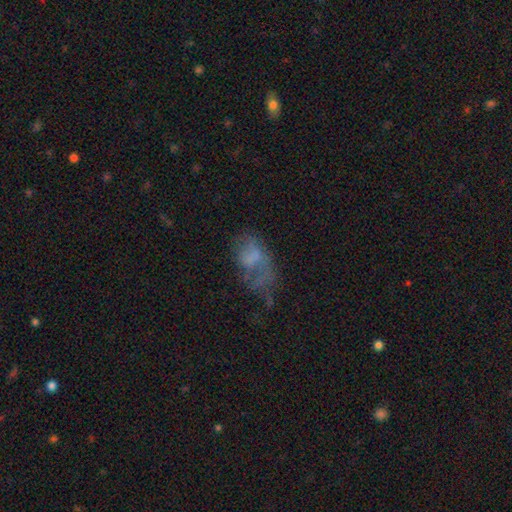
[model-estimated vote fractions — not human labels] featured or disk 42%, smooth 39%, star or artifact 19%. Down the decision tree: merging — none (37%).